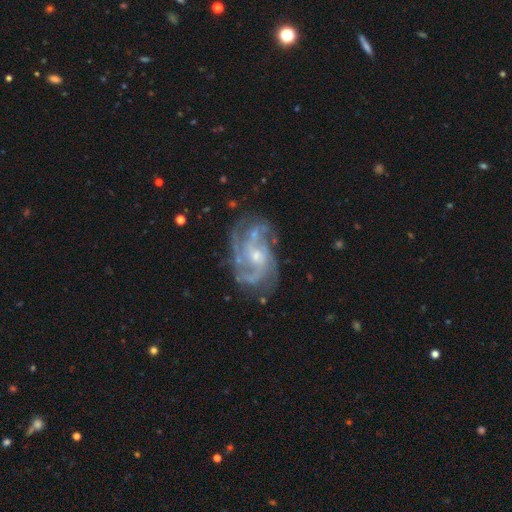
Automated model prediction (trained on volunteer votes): Morphology: type=featured or disk (88%); edge-on=no (97%); bar=no (66%); spiral arms=yes (96%); winding=medium (45%); arm count=3 (30%); bulge=small (60%); merging=none (69%).